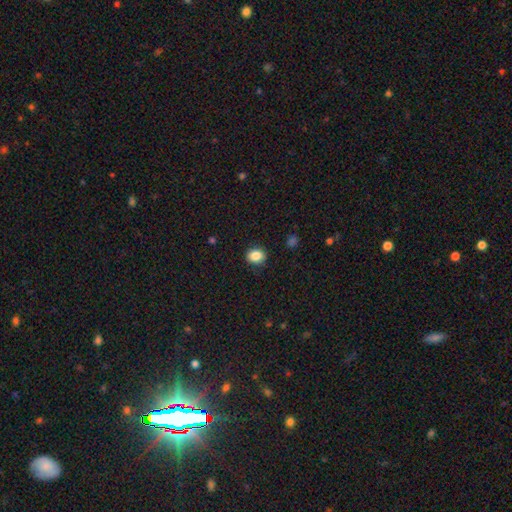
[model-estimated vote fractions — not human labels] This is clearly a smooth galaxy (86%). How rounded: possibly round (56%). Merging: clearly none (89%).